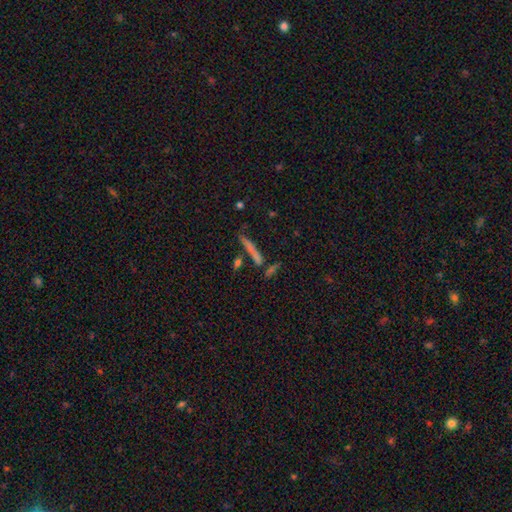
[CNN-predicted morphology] This is possibly a smooth galaxy (53%). How rounded: clearly cigar-shaped (90%). Merging: likely none (69%).